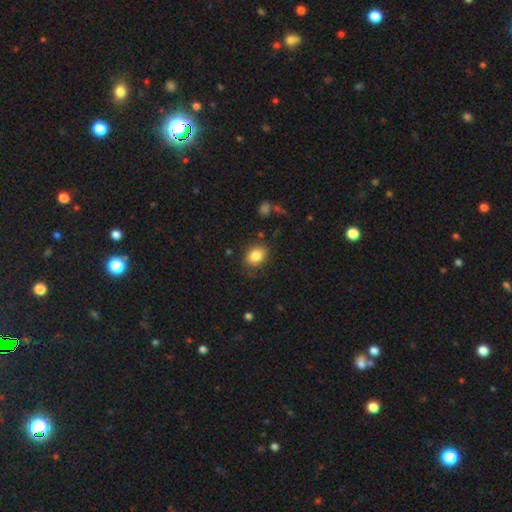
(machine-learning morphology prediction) Overall: smooth (83%). How rounded: in between (55%; round 44%). Merging: none (76%).